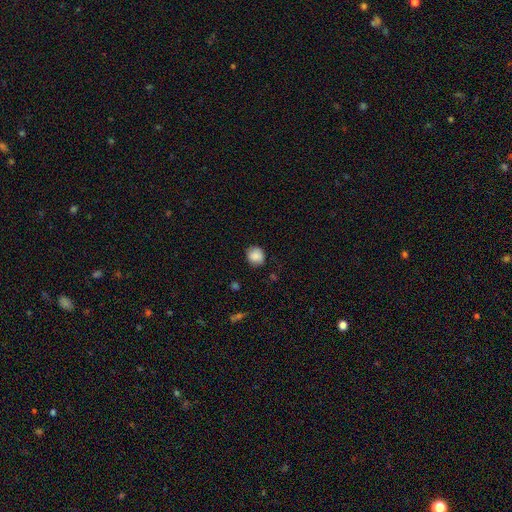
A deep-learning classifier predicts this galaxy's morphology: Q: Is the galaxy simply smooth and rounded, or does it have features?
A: smooth — 86%.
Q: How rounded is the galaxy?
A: round — 77%.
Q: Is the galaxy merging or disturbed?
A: none — 81%.